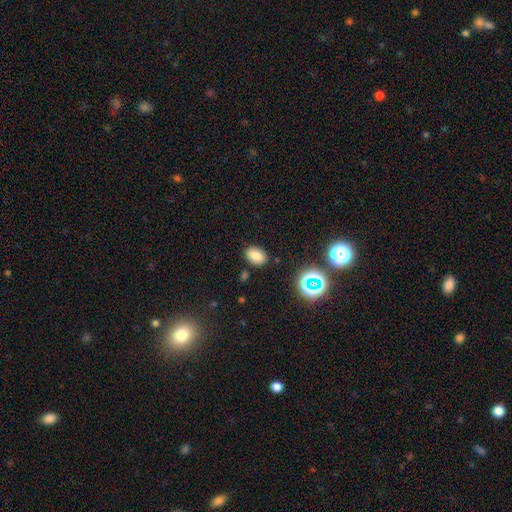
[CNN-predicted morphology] smooth_or_featured: smooth (p=0.76) [alt: star or artifact p=0.15]
how_rounded: in between (p=0.81) [alt: round p=0.18]
merging: none (p=0.85) [alt: minor disturbance p=0.09]